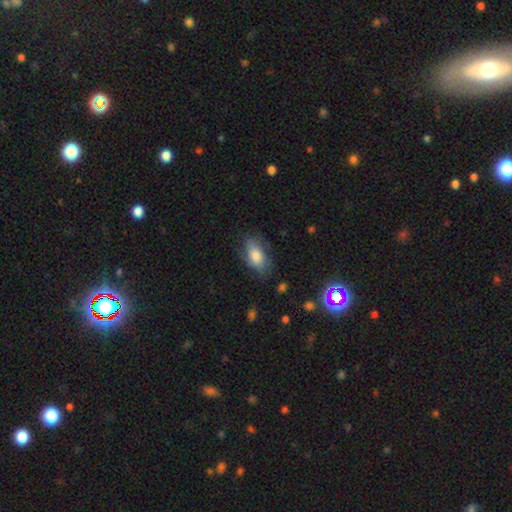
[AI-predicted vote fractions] Overall: smooth (70%). How rounded: in between (90%). Merging: none (65%).